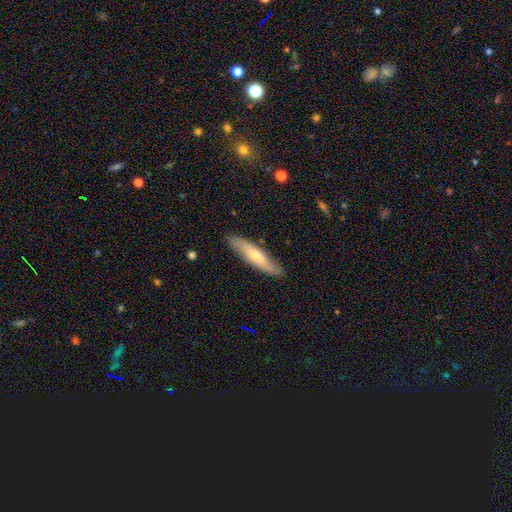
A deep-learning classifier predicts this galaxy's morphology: type=smooth (57%); roundness=cigar-shaped (81%); merging=none (86%).